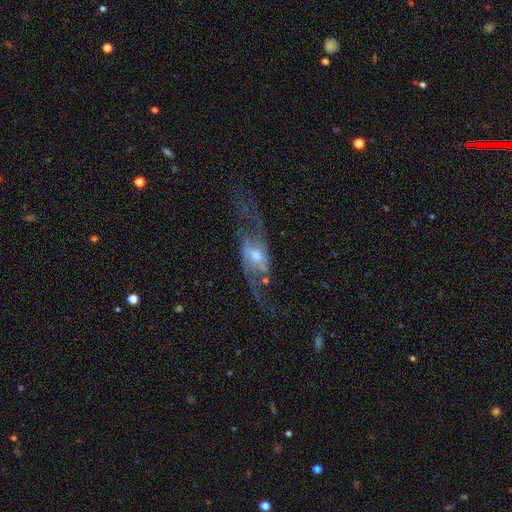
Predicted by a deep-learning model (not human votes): This is clearly a featured or disk galaxy (81%). It is clearly not viewed edge-on (86%). Bar: marginally weak (42%, tied with no). Spiral arm pattern: clearly yes (87%). Spiral arm count: clearly 2 (90%). Spiral winding: likely loose (79%). Central bulge: likely moderate (60%). Merging: possibly none (51%).